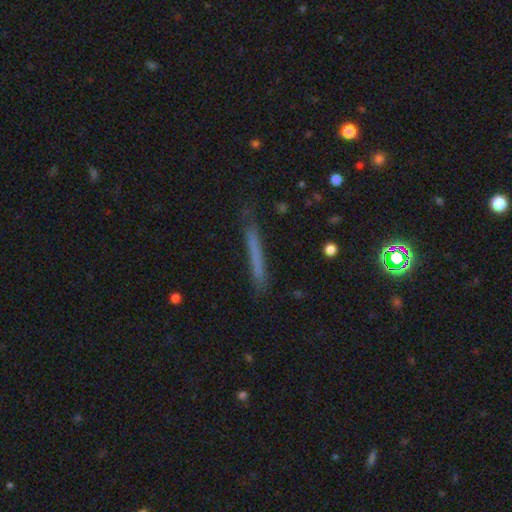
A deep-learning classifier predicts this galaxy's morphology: smooth_or_featured: smooth (p=0.56) [alt: featured or disk p=0.32]
how_rounded: cigar-shaped (p=0.95) [alt: in between p=0.03]
merging: none (p=0.81) [alt: minor disturbance p=0.14]